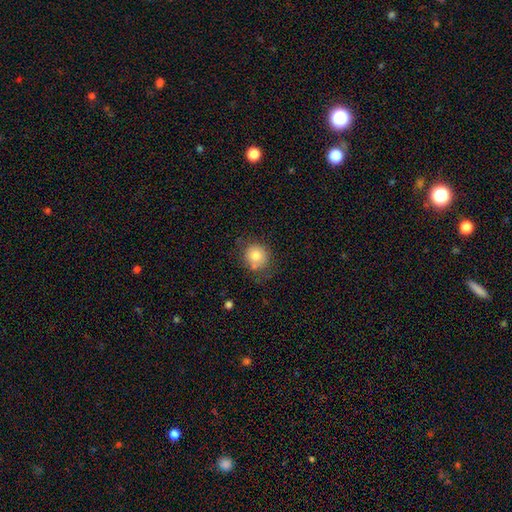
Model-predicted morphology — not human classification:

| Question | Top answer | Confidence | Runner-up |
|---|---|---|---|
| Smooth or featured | smooth | 78% | featured or disk (12%) |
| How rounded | round | 87% | in between (12%) |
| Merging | none | 68% | minor disturbance (19%) |